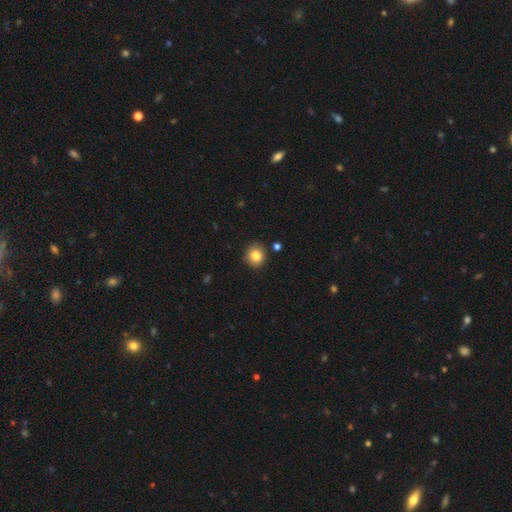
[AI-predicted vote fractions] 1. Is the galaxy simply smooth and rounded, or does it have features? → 84% smooth, 10% star or artifact, 6% featured or disk.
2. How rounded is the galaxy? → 82% round, 17% in between, 1% cigar-shaped.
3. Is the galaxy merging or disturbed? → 87% none, 8% minor disturbance, 2% merger, 2% major disturbance.